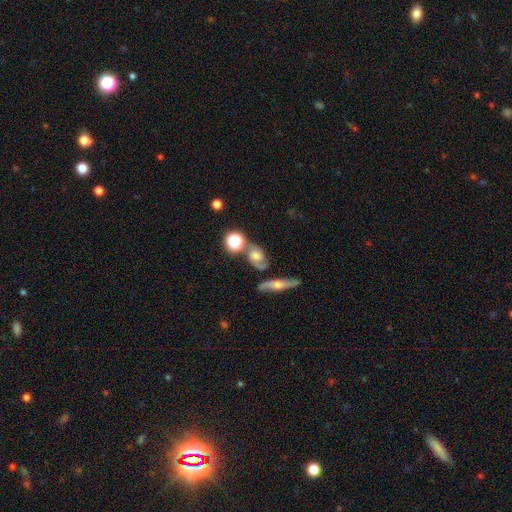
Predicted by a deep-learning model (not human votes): A smooth galaxy with no disk features (45%).

Vote fractions:
- Smooth or featured? smooth: 45% / featured or disk: 38% / star or artifact: 17%
- Merging? none: 52% / merger: 25% / minor disturbance: 15% / major disturbance: 8%